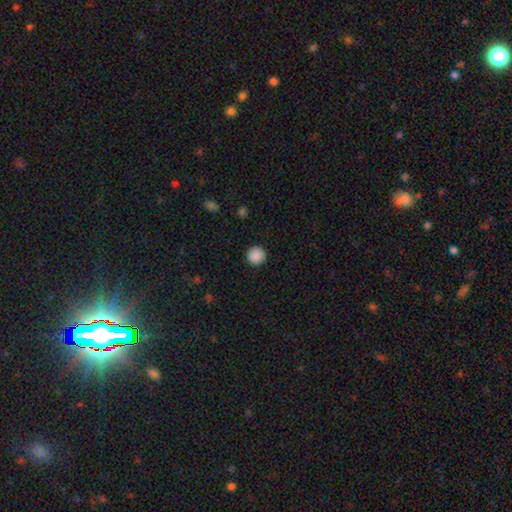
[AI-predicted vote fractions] Q: Smooth or featured?
A: smooth (89%); runner-up: star or artifact (9%)
Q: How rounded?
A: round (95%); runner-up: in between (4%)
Q: Merging?
A: none (91%); runner-up: minor disturbance (6%)